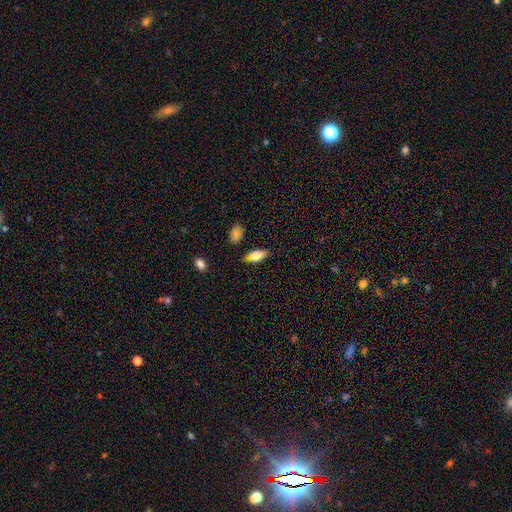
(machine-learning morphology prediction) The model was most divided on "merging": none: 75%, minor disturbance: 18%, major disturbance: 4%, merger: 3%. More confident: how rounded — in between (87%); smooth or featured — smooth (81%).